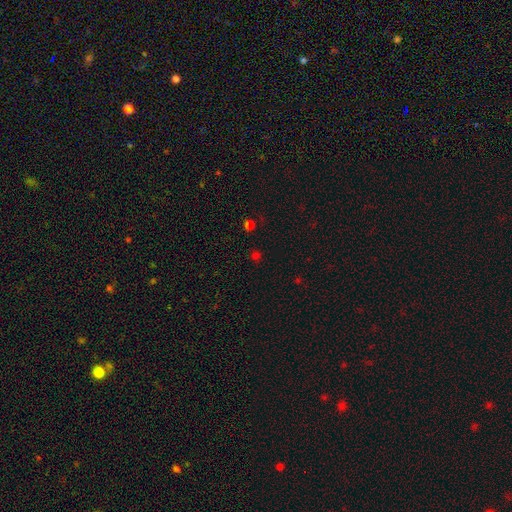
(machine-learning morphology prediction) A smooth galaxy with no disk features (54%) that is round (86%).

Vote fractions:
- Smooth or featured? smooth: 54% / star or artifact: 41% / featured or disk: 5%
- How rounded? round: 86% / in between: 13% / cigar-shaped: 1%
- Merging? none: 80% / minor disturbance: 10% / merger: 6% / major disturbance: 4%